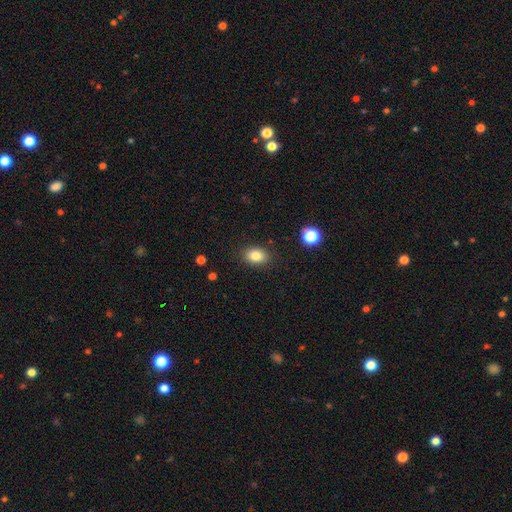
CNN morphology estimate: type=smooth (83%); roundness=in between (75%); merging=none (87%).